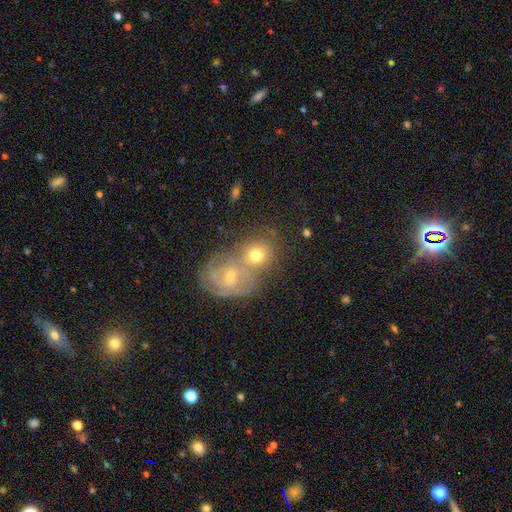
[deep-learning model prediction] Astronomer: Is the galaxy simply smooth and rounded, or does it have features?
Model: featured or disk — 46% (runner-up: smooth, 43%).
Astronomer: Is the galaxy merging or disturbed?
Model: merger — 52% (runner-up: none, 34%).